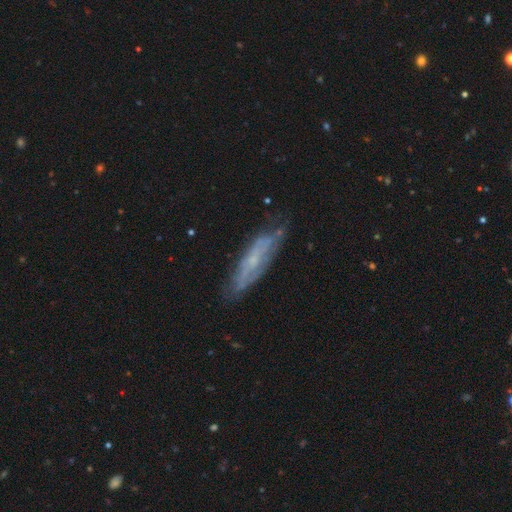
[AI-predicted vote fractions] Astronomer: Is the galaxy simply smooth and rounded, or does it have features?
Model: featured or disk — 57% (runner-up: smooth, 33%).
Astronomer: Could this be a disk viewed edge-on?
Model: no — 54% (runner-up: yes, 46%).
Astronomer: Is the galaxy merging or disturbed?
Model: none — 76%.